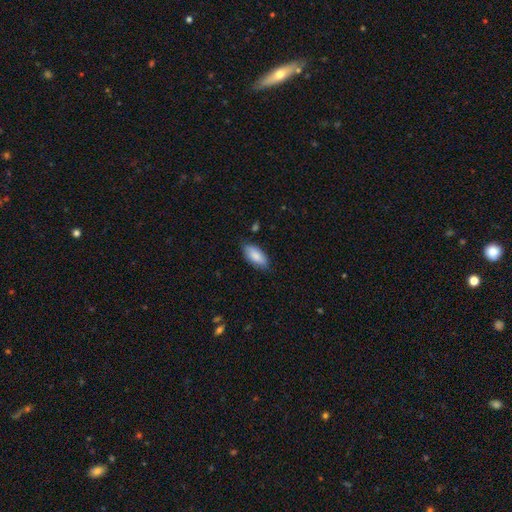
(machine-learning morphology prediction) Q: Smooth or featured?
A: smooth (85%); runner-up: featured or disk (9%)
Q: How rounded?
A: in between (89%); runner-up: cigar-shaped (10%)
Q: Merging?
A: none (79%); runner-up: minor disturbance (17%)